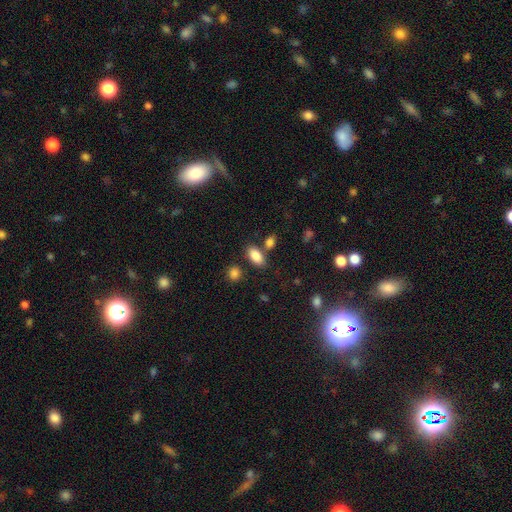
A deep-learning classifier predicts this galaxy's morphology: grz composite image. It shows a smooth galaxy with no disk features (86%) that is in between round and cigar-shaped (90%). Merging: none (74%).